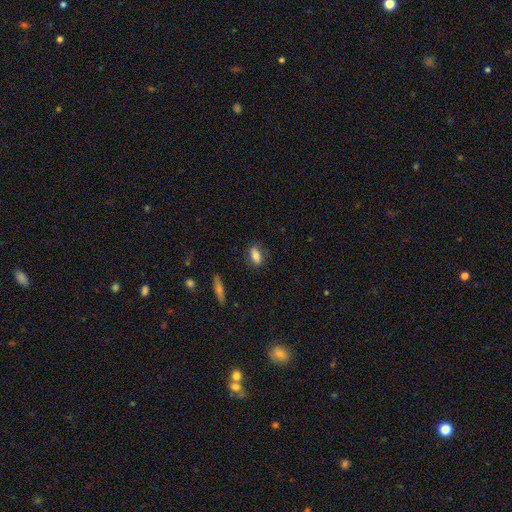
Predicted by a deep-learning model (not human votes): This appears to be a smooth galaxy with no disk features (77%) that is in between round and cigar-shaped (80%). Merging: none (80%).